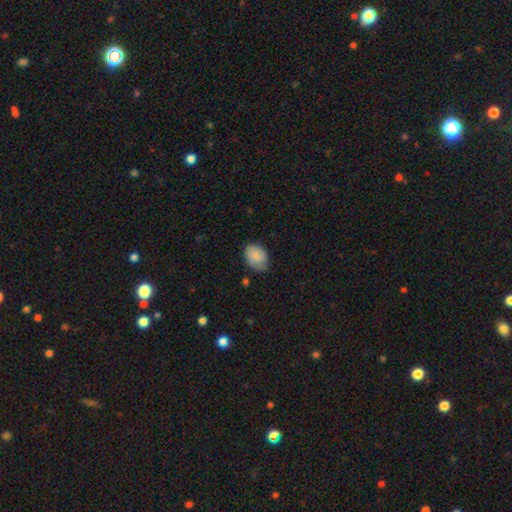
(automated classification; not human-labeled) Smooth or featured? smooth (79%)
How rounded? in between (74%)
Merging? none (63%)